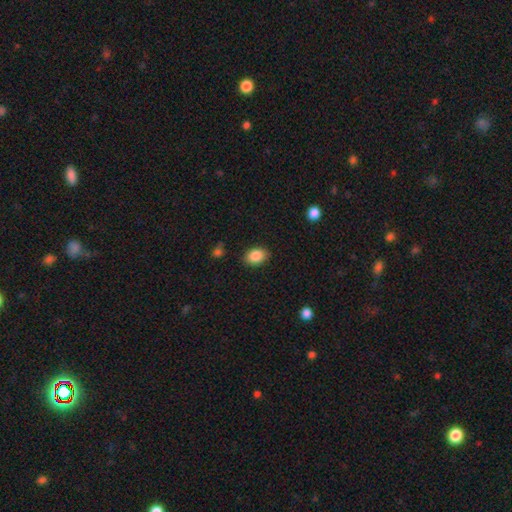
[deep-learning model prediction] This appears to be a smooth galaxy with no disk features (87%) that is in between round and cigar-shaped (78%). Merging: none (86%).